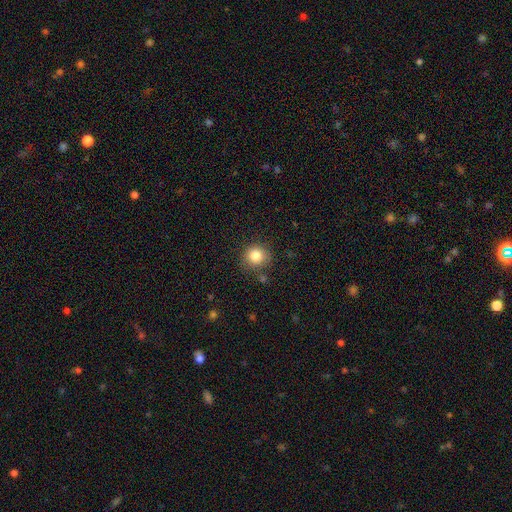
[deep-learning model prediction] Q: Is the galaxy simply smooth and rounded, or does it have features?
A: smooth — 83%.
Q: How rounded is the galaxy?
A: round — 88%.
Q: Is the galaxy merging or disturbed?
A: none — 80%.